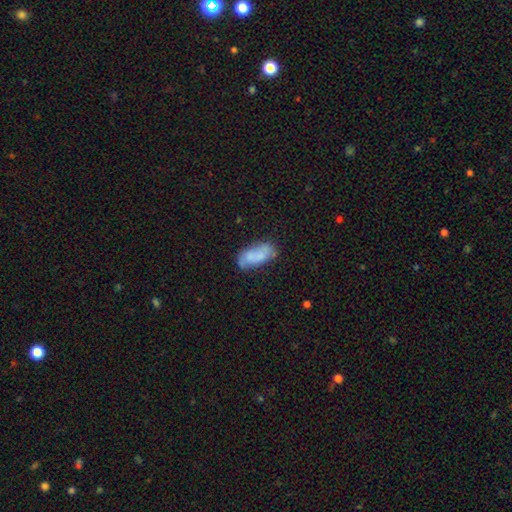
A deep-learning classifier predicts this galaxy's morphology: smooth 64%, featured or disk 28%, star or artifact 8%. Down the decision tree: how rounded — in between (87%); merging — none (58%).